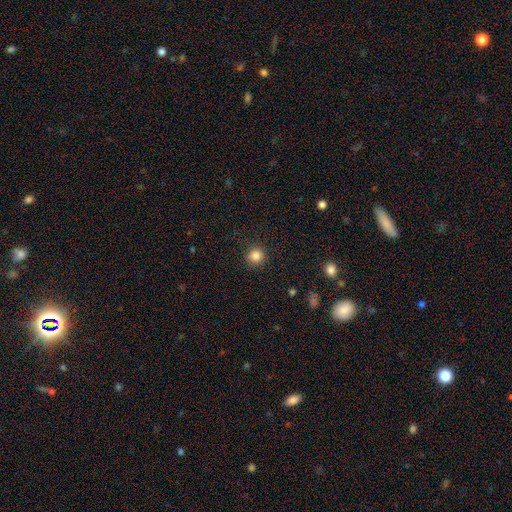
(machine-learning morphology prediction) smooth 85%, star or artifact 11%, featured or disk 4%. Down the decision tree: how rounded — round (93%); merging — none (90%).